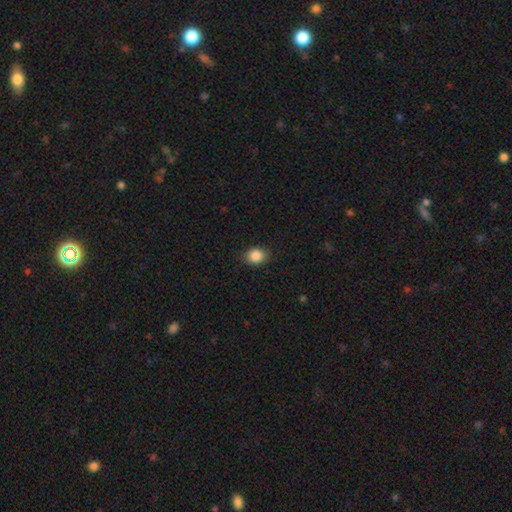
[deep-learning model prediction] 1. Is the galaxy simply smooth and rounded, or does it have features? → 87% smooth, 9% star or artifact, 4% featured or disk.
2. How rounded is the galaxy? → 59% round, 40% in between, 1% cigar-shaped.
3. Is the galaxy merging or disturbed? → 86% none, 11% minor disturbance, 3% major disturbance, 1% merger.